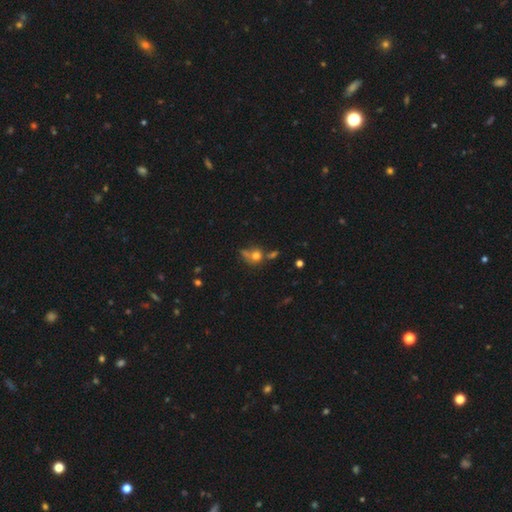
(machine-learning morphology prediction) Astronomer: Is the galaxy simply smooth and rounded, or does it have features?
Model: smooth — 71%.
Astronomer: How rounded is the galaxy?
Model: round — 77%.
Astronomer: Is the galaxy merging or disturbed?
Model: none — 43% (runner-up: merger, 28%).